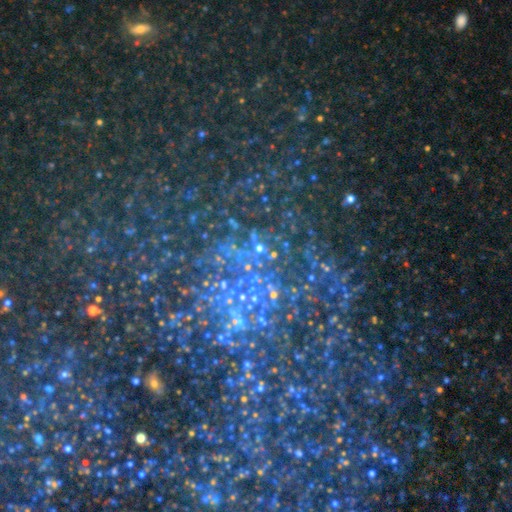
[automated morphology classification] star or artifact 82%, smooth 10%, featured or disk 7%.